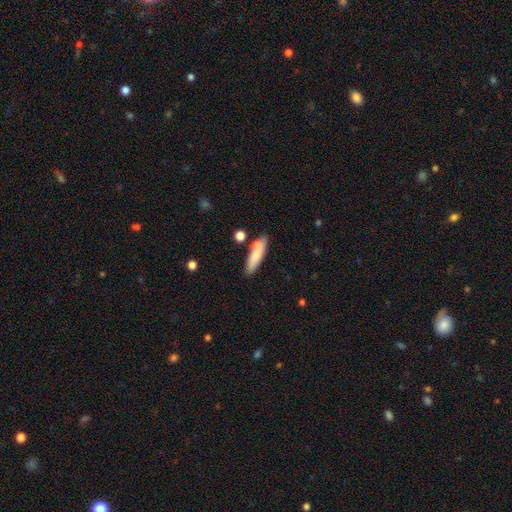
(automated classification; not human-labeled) A smooth galaxy with no disk features (75%) that is cigar-shaped (67%). Merging: none (70%).